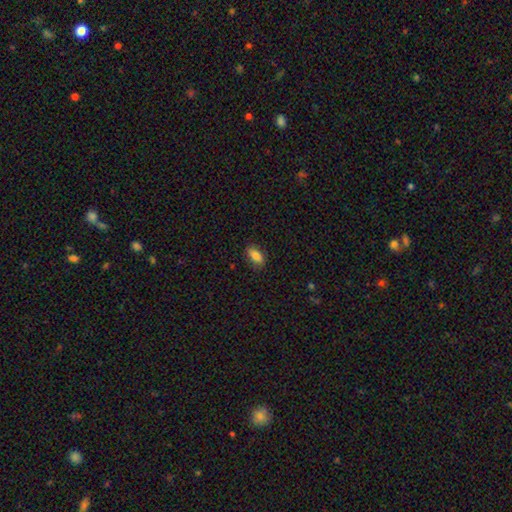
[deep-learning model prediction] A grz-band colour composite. It shows a smooth galaxy with no disk features (84%) that is in between round and cigar-shaped (83%). Merging: none (84%).